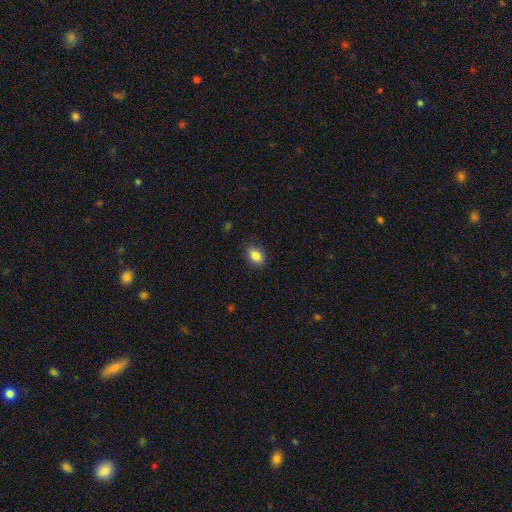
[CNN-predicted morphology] A smooth galaxy with no disk features (85%) that is in between round and cigar-shaped (77%).

Vote fractions:
- Smooth or featured? smooth: 85% / star or artifact: 9% / featured or disk: 6%
- How rounded? in between: 77% / round: 21% / cigar-shaped: 1%
- Merging? none: 87% / minor disturbance: 10% / major disturbance: 2% / merger: 1%